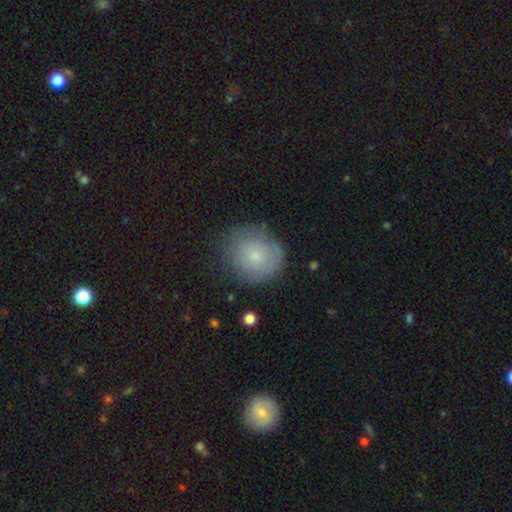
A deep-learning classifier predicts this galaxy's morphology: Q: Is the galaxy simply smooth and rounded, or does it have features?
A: smooth — 73%.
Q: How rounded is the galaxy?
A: round — 80%.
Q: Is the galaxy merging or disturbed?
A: none — 70%.